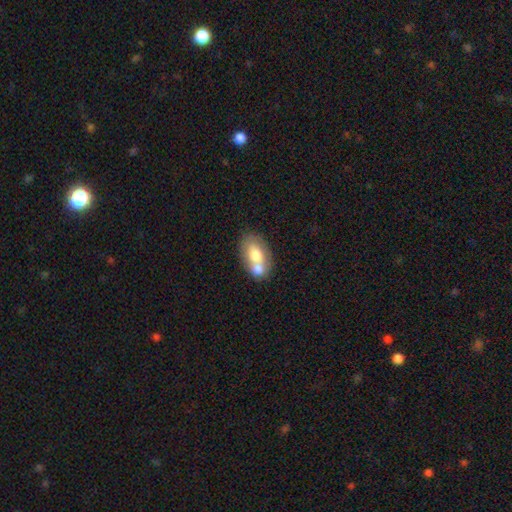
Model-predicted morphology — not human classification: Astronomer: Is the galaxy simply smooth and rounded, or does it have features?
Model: smooth — 67%.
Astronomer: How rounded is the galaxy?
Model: in between — 87%.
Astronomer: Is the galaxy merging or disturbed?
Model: merger — 49% (runner-up: none, 35%).